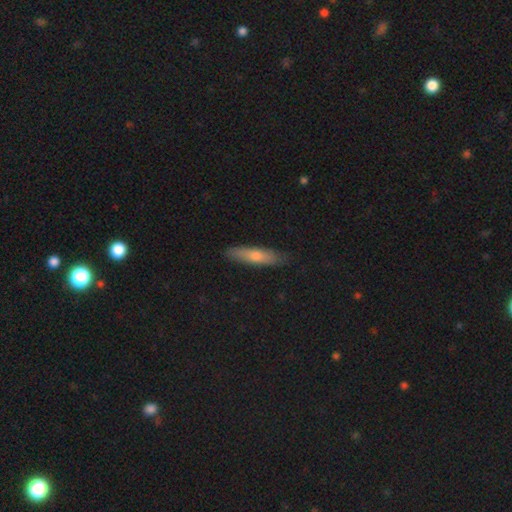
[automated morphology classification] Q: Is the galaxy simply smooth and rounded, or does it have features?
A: smooth — 64%.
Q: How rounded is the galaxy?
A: cigar-shaped — 77%.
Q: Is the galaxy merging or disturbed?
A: none — 87%.